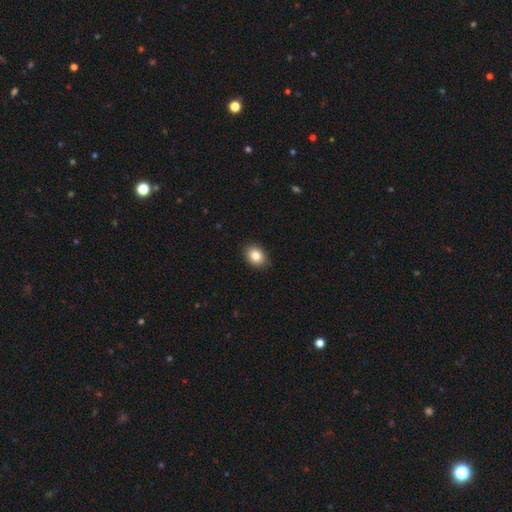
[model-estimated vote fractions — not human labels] A smooth galaxy with no disk features (84%) that is in between round and cigar-shaped (58%).

Vote fractions:
- Smooth or featured? smooth: 84% / star or artifact: 9% / featured or disk: 7%
- How rounded? in between: 58% / round: 41% / cigar-shaped: 1%
- Merging? none: 88% / minor disturbance: 9% / major disturbance: 2% / merger: 1%